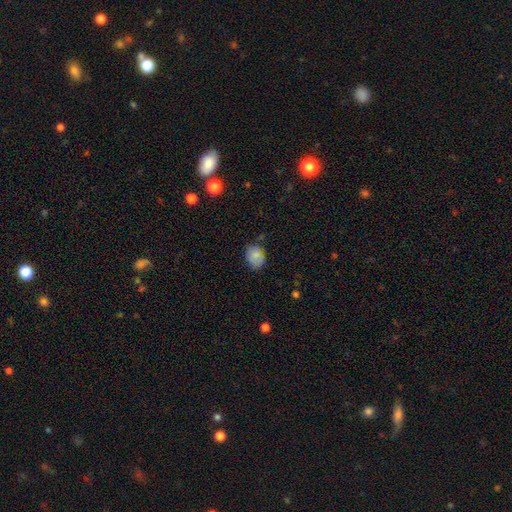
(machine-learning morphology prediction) A smooth galaxy with no disk features (79%) that is in between round and cigar-shaped (55%).

Vote fractions:
- Smooth or featured? smooth: 79% / featured or disk: 12% / star or artifact: 9%
- How rounded? in between: 55% / round: 44% / cigar-shaped: 1%
- Merging? none: 66% / minor disturbance: 26% / major disturbance: 6% / merger: 2%